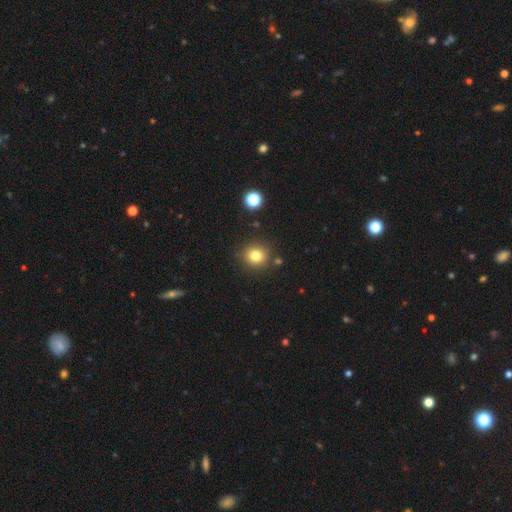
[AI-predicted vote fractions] Smooth or featured?
  - smooth: 80% *
  - star or artifact: 13%
  - featured or disk: 7%
How rounded?
  - round: 88% *
  - in between: 11%
  - cigar-shaped: 1%
Merging?
  - none: 85% *
  - minor disturbance: 8%
  - merger: 4%
  - major disturbance: 3%